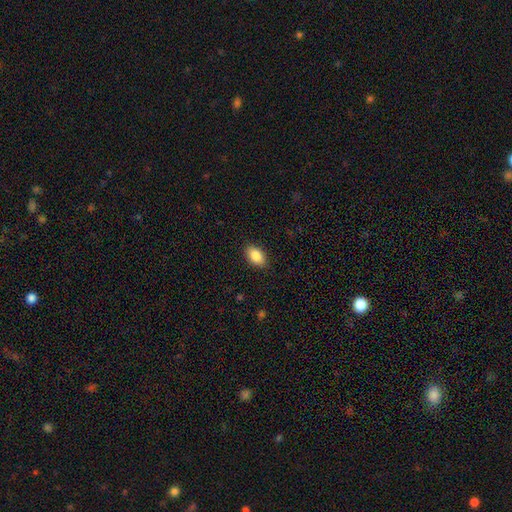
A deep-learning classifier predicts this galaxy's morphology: Smooth or featured? Predicted: smooth (p=0.87). How rounded? Predicted: in between (p=0.91). Merging? Predicted: none (p=0.89).